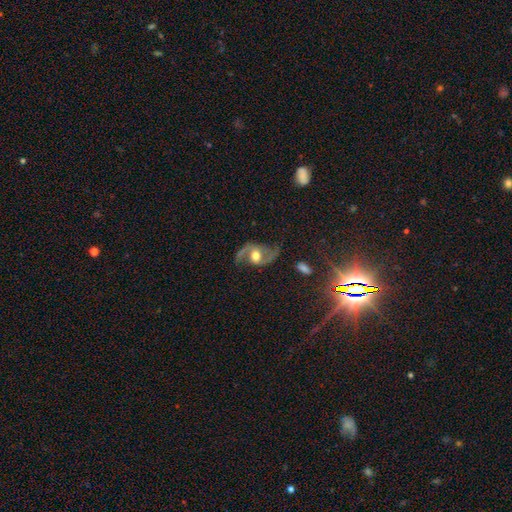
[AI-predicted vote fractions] smooth-or-featured: featured or disk: 87% | smooth: 7% | star or artifact: 6%
  disk-edge-on: no: 97% | yes: 3%
    bar: no: 49% | weak: 36% | strong: 15%
    has-spiral-arms: yes: 95% | no: 5%
      spiral-winding: loose: 61% | medium: 32% | tight: 6%
      spiral-arm-count: 2: 93% | 1: 2% | can't tell: 2% | 3: 1% | 4: 1% | more than 4: 1%
    bulge-size: moderate: 67% | large: 22% | small: 8% | dominant: 2% | none: 1%
  merging: none: 70% | minor disturbance: 16% | major disturbance: 11% | merger: 2%